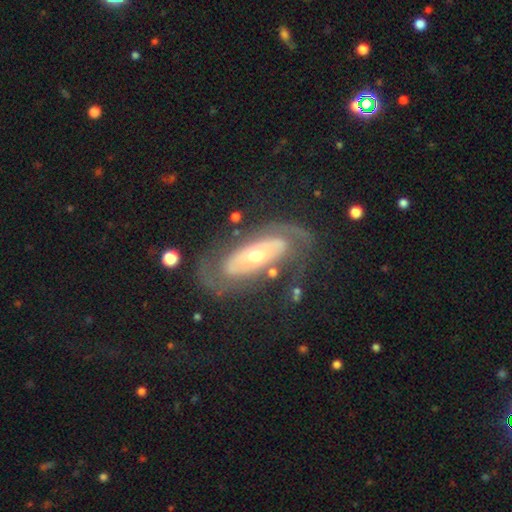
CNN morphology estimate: type=featured or disk (80%); edge-on=no (90%); bar=no (63%); spiral arms=yes (78%); winding=tight (50%); arm count=2 (70%); bulge=moderate (50%); merging=none (68%).